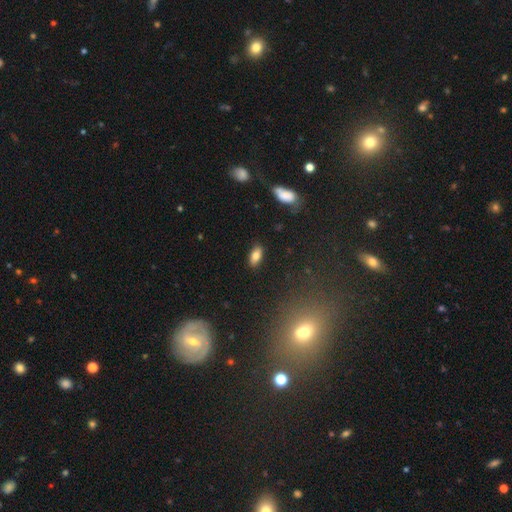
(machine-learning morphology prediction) smooth_or_featured: smooth (p=0.82) [alt: featured or disk p=0.09]
how_rounded: in between (p=0.88) [alt: cigar-shaped p=0.08]
merging: none (p=0.86) [alt: minor disturbance p=0.10]